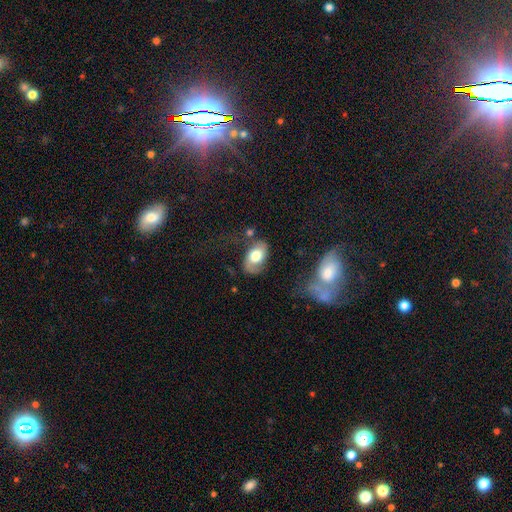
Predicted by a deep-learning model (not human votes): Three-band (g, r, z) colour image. It shows a smooth galaxy with no disk features (52%) that is in between round and cigar-shaped (88%). Merging: none (52%).